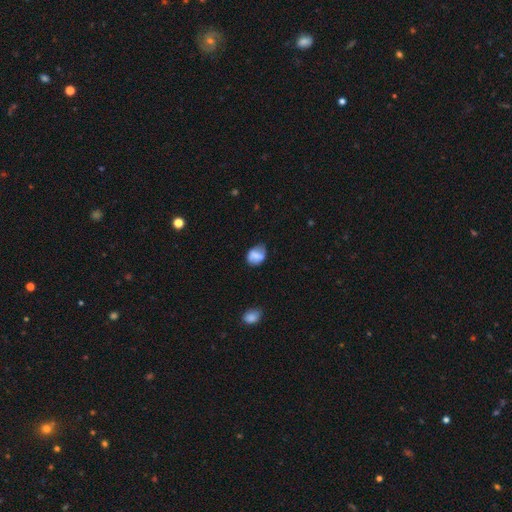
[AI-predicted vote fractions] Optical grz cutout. It shows a smooth galaxy with no disk features (65%) that is in between round and cigar-shaped (60%). Merging: none (55%).